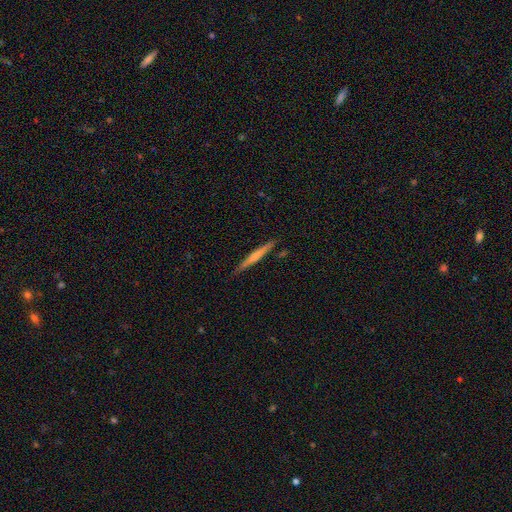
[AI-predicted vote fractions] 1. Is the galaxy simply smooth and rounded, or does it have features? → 51% featured or disk, 43% smooth, 6% star or artifact.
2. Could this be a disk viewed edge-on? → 98% yes, 2% no.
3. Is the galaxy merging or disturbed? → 89% none, 8% minor disturbance, 2% major disturbance, 2% merger.